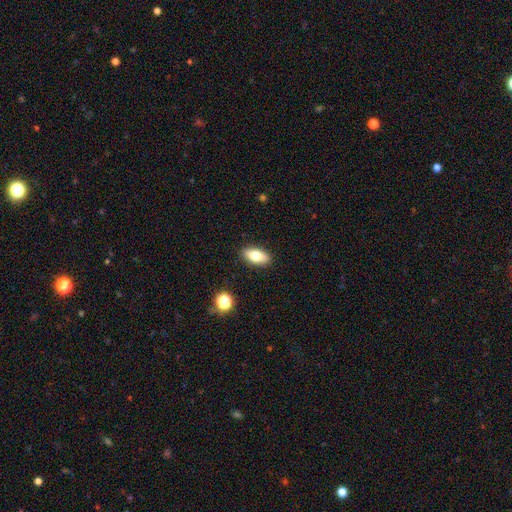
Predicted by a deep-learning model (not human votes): Overall: smooth (74%). How rounded: in between (86%). Merging: none (89%).